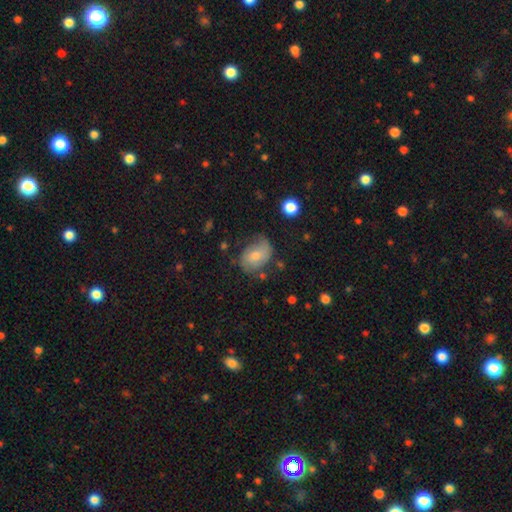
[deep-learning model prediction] Overall: smooth (52%; featured or disk 37%). How rounded: in between (71%). Merging: none (57%; minor disturbance 29%).